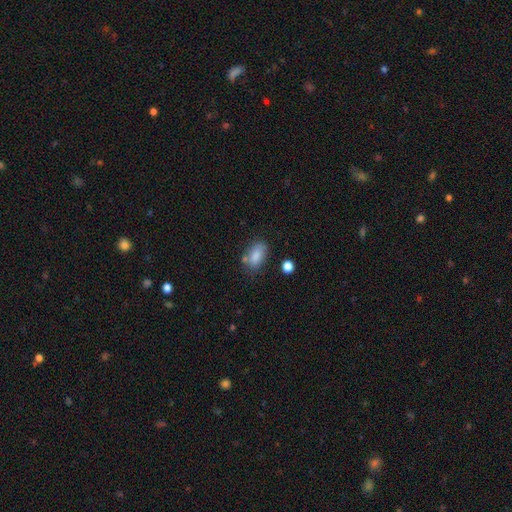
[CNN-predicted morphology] Overall: smooth (83%). How rounded: in between (88%). Merging: none (64%).